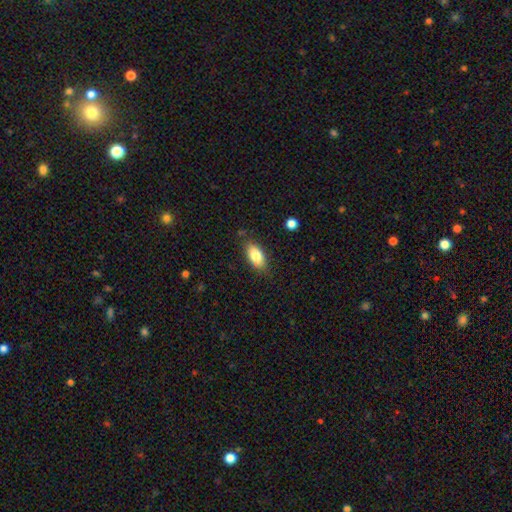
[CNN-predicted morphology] The model was most divided on "merging": none: 81%, minor disturbance: 14%, major disturbance: 3%, merger: 2%. More confident: how rounded — in between (89%); smooth or featured — smooth (82%).